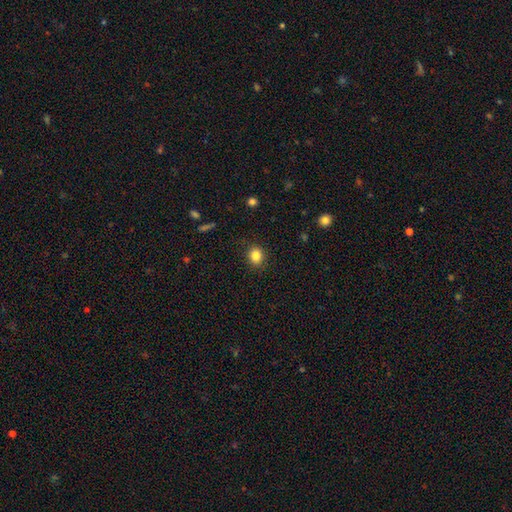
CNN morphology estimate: A smooth galaxy with no disk features (83%) that is round (73%). Merging: none (88%).